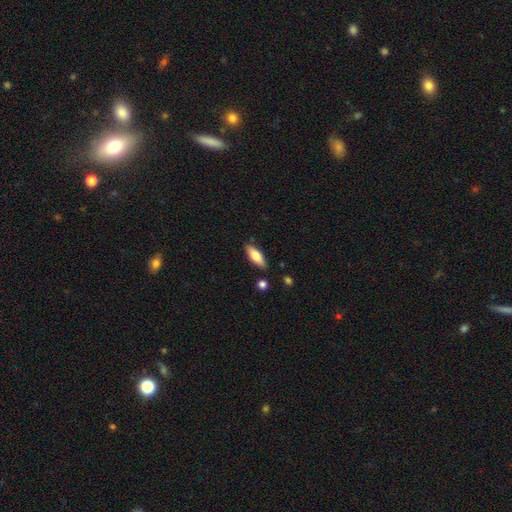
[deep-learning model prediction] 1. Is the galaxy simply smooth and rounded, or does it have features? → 76% smooth, 18% featured or disk, 6% star or artifact.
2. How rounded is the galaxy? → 68% in between, 30% cigar-shaped, 2% round.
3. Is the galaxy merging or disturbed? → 84% none, 11% minor disturbance, 3% merger, 2% major disturbance.